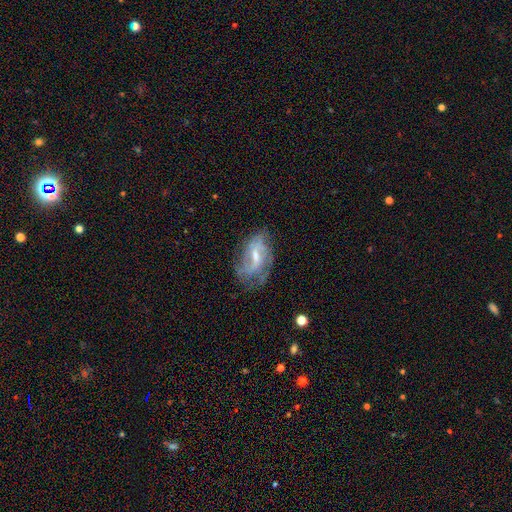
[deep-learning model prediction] Morphology: type=featured or disk (76%); edge-on=no (95%); bar=weak (55%); spiral arms=yes (83%); winding=medium (43%); arm count=2 (38%); bulge=small (42%); merging=none (55%).